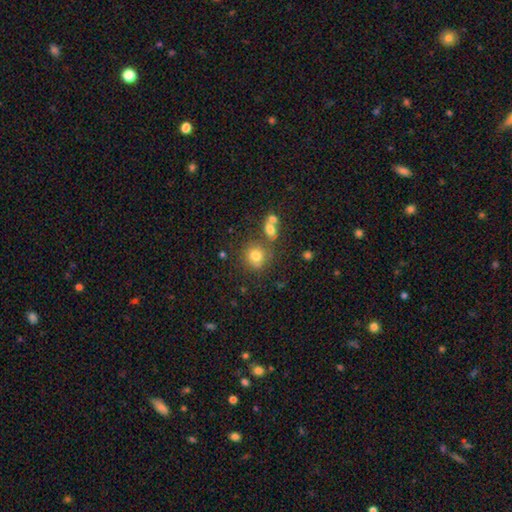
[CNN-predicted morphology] A smooth galaxy with no disk features (78%) that is round (85%).

Vote fractions:
- Smooth or featured? smooth: 78% / star or artifact: 13% / featured or disk: 9%
- How rounded? round: 85% / in between: 14% / cigar-shaped: 1%
- Merging? none: 67% / merger: 16% / minor disturbance: 12% / major disturbance: 5%